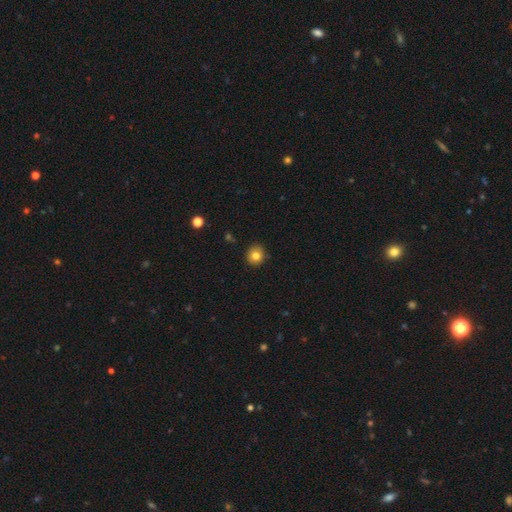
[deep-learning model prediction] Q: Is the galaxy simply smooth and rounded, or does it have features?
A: smooth — 81%.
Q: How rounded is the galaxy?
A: round — 88%.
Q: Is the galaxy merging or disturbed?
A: none — 89%.